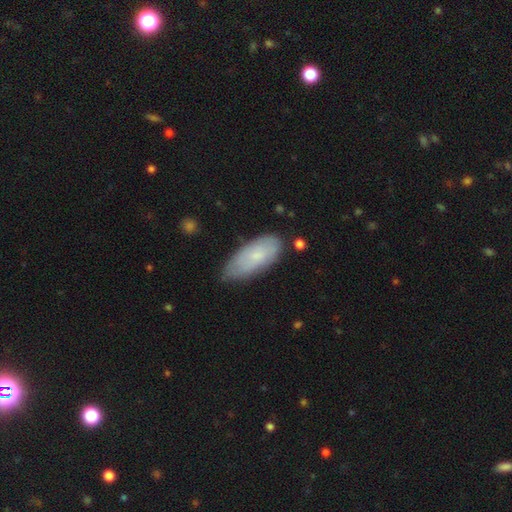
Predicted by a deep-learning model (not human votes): Morphology: type=smooth (71%); roundness=in between (83%); merging=none (68%).